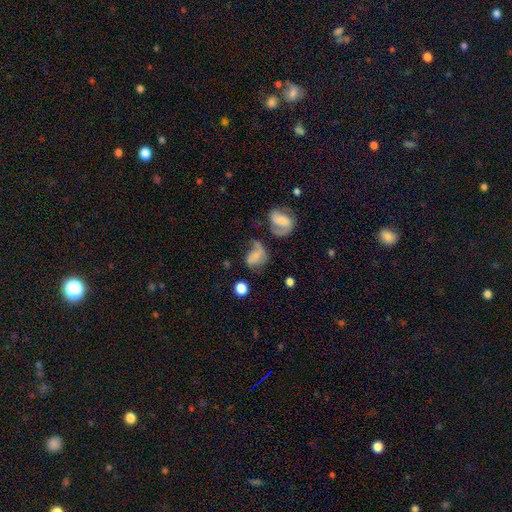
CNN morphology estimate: smooth-or-featured: smooth: 48% | featured or disk: 40% | star or artifact: 12%
  merging: major disturbance: 34% | none: 29% | minor disturbance: 20% | merger: 16%